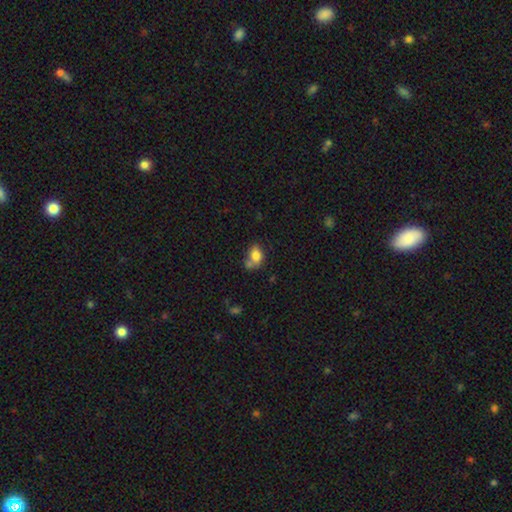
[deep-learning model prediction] Overall: smooth (78%). How rounded: in between (75%). Merging: none (39%; merger 28%).